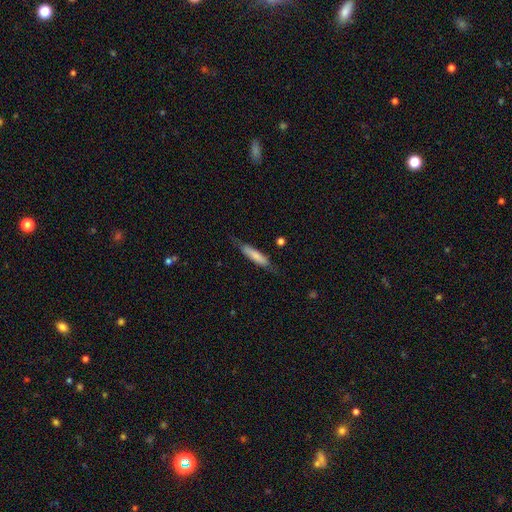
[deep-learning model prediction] Smooth or featured? smooth (70%)
How rounded? cigar-shaped (80%)
Merging? none (70%)